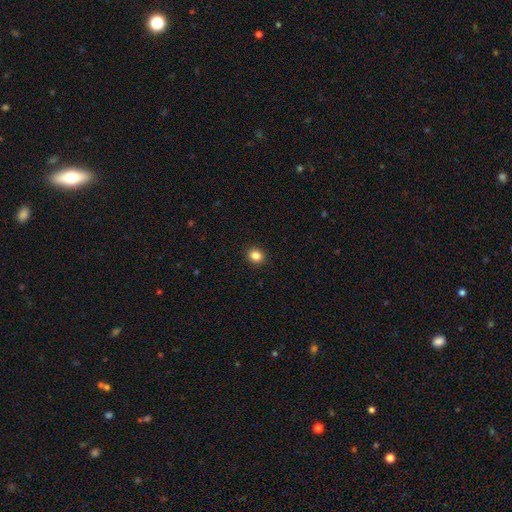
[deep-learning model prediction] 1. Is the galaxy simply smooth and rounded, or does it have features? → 85% smooth, 11% star or artifact, 4% featured or disk.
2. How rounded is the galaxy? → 72% round, 28% in between, 1% cigar-shaped.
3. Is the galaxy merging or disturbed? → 92% none, 5% minor disturbance, 2% major disturbance, 1% merger.